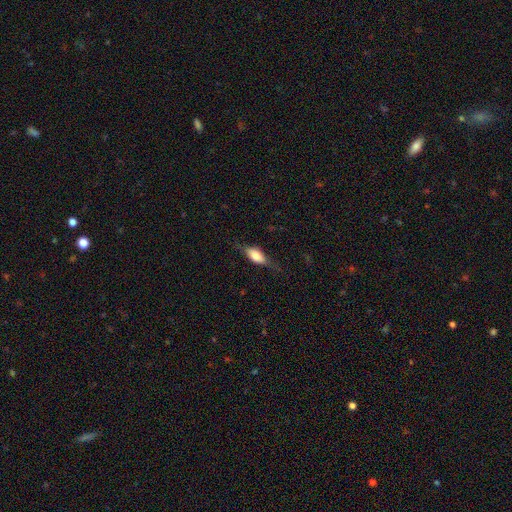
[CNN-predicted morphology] This appears to be a smooth galaxy with no disk features (50%) that is in between round and cigar-shaped (68%). Merging: none (70%).